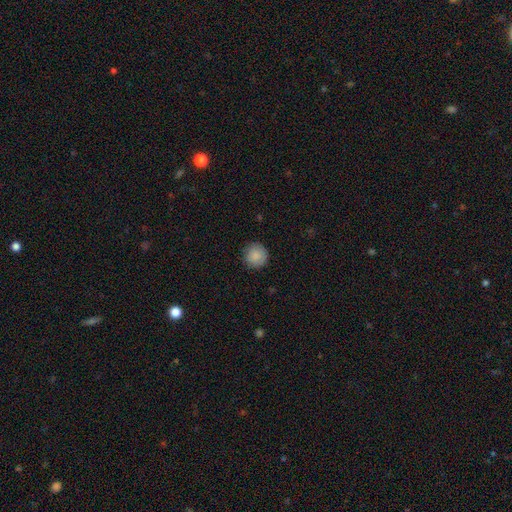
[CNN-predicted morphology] The model was most divided on "smooth or featured": smooth: 87%, star or artifact: 8%, featured or disk: 5%. More confident: how rounded — round (94%); merging — none (88%).